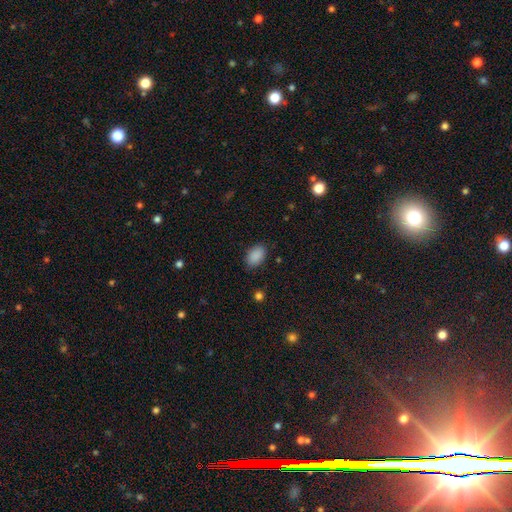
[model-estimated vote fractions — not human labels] Smooth or featured? Predicted: smooth (p=0.89). How rounded? Predicted: in between (p=0.88). Merging? Predicted: none (p=0.86).